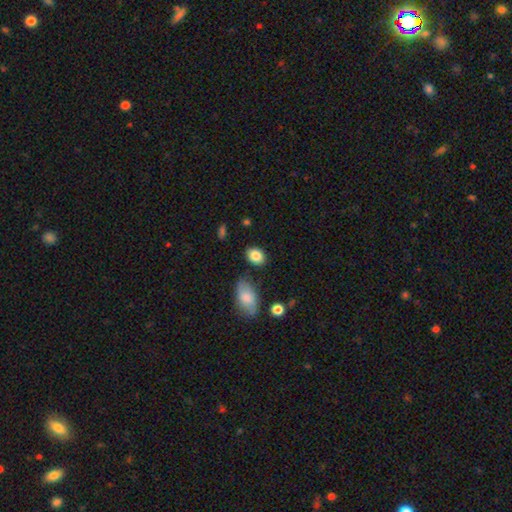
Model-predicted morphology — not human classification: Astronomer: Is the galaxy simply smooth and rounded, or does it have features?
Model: smooth — 86%.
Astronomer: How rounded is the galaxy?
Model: in between — 69%.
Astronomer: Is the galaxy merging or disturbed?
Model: none — 80%.